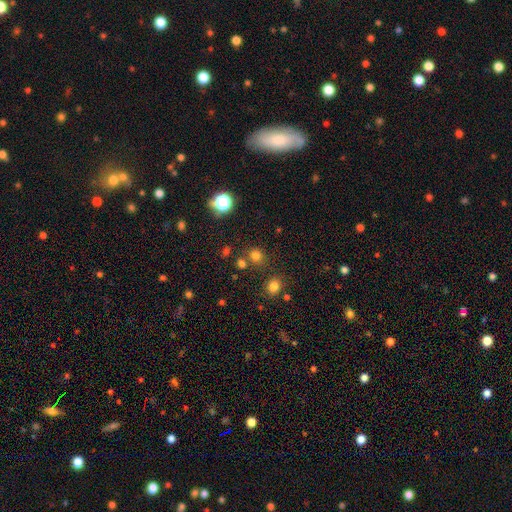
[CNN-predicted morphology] Smooth or featured? smooth (72%)
How rounded? round (83%)
Merging? none (75%)